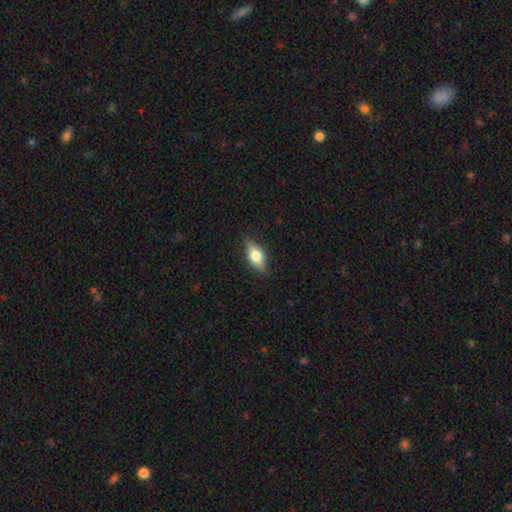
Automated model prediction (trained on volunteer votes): Overall: smooth (55%; featured or disk 37%). How rounded: in between (76%). Merging: none (83%).